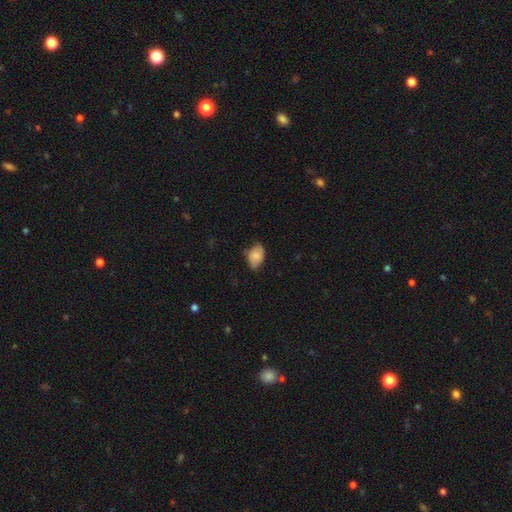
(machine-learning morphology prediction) Smooth or featured? smooth (73%)
How rounded? in between (86%)
Merging? none (62%)